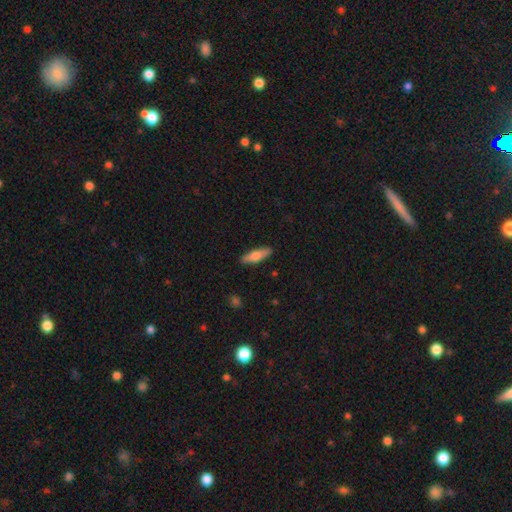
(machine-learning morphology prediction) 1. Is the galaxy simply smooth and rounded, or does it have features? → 70% smooth, 24% featured or disk, 6% star or artifact.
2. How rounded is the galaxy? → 52% cigar-shaped, 46% in between, 2% round.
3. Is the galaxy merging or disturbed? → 88% none, 9% minor disturbance, 2% major disturbance, 1% merger.